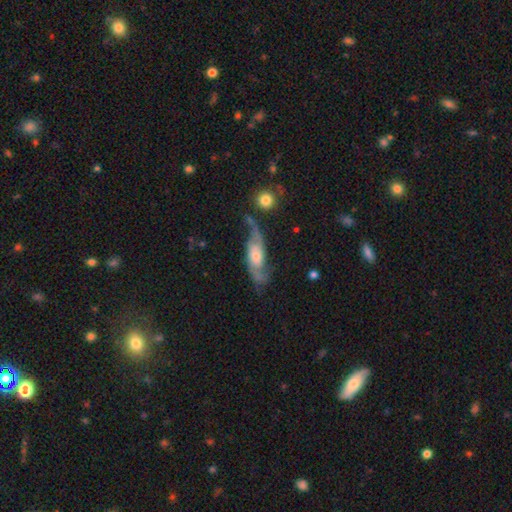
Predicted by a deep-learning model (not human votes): This is likely a featured or disk galaxy (78%). It is clearly not viewed edge-on (86%). Bar: possibly no (60%). Spiral arm pattern: clearly yes (94%). Spiral arm count: clearly 2 (88%). Spiral winding: possibly loose (46%). Central bulge: marginally moderate (43%). Merging: likely none (60%).